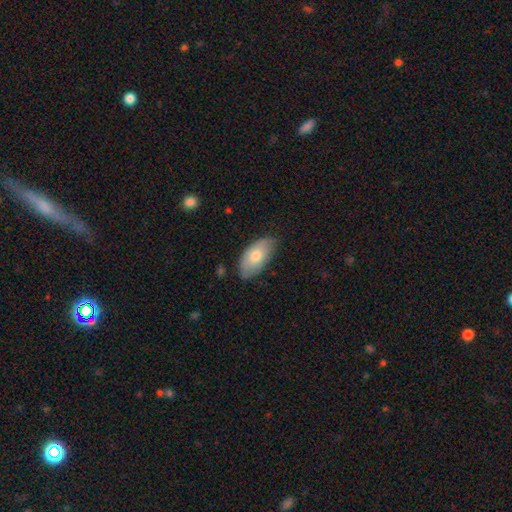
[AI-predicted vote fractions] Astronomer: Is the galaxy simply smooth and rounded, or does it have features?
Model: smooth — 72%.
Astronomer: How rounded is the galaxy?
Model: in between — 94%.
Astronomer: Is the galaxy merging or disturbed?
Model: none — 77%.